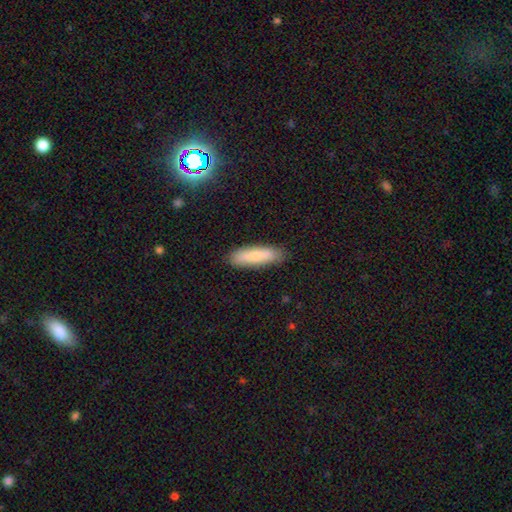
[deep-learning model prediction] Overall: smooth (75%). How rounded: cigar-shaped (65%; in between 33%). Merging: none (85%).